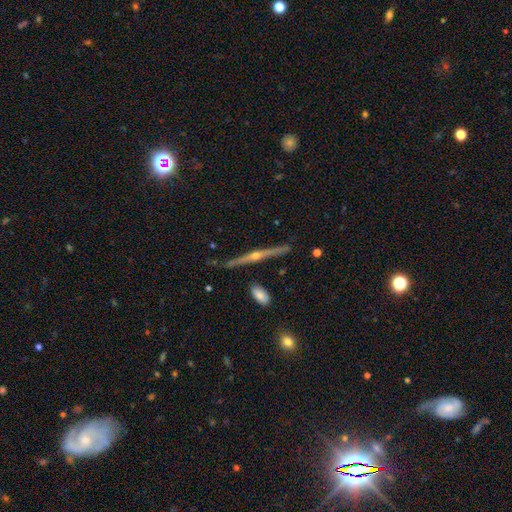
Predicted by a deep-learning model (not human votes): featured or disk 83%, smooth 9%, star or artifact 8%. Down the decision tree: edge-on disk — yes (98%); edge-on bulge — rounded (90%); merging — none (88%).